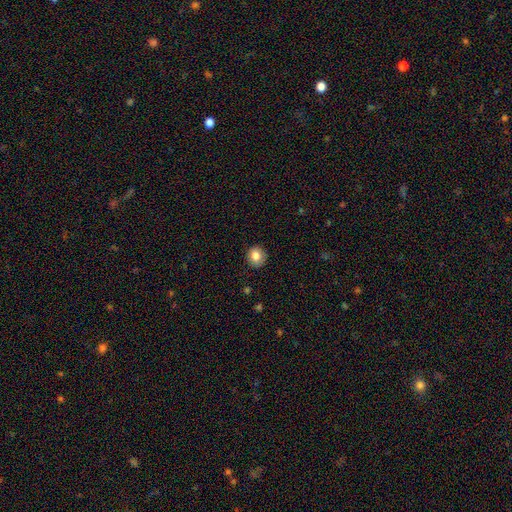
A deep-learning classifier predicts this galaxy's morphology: type=smooth (81%); roundness=round (82%); merging=none (87%).